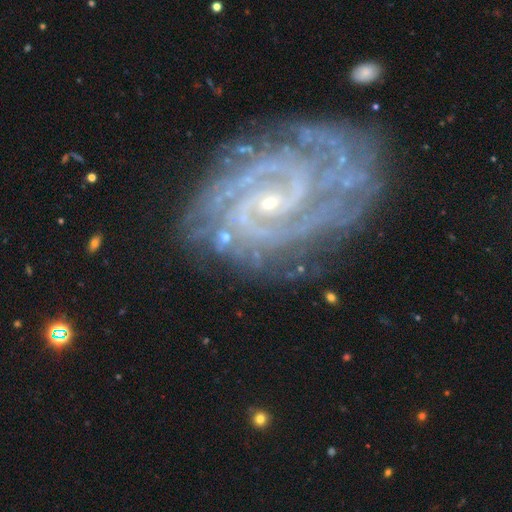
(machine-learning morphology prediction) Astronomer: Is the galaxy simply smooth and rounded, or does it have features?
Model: featured or disk — 92%.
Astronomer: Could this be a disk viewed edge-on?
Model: no — 97%.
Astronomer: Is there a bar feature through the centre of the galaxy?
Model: no — 46% (runner-up: weak, 37%).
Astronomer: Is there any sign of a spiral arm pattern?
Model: yes — 98%.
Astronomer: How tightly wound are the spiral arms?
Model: tight — 64%.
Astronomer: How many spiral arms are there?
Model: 2 — 52%.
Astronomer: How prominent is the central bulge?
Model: small — 78%.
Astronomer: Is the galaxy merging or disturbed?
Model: none — 72%.